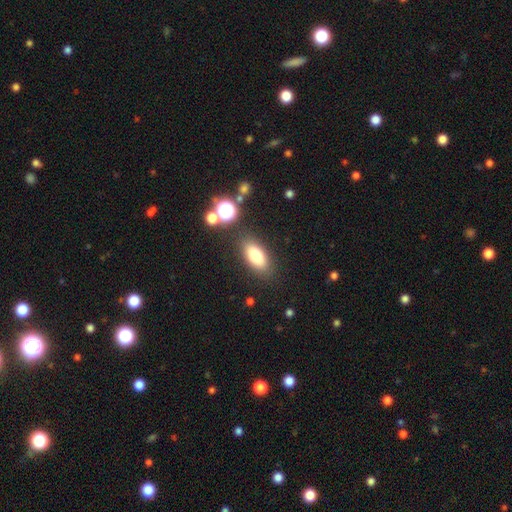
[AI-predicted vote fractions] smooth_or_featured: smooth (p=0.78) [alt: featured or disk p=0.11]
how_rounded: in between (p=0.85) [alt: cigar-shaped p=0.10]
merging: none (p=0.83) [alt: minor disturbance p=0.10]